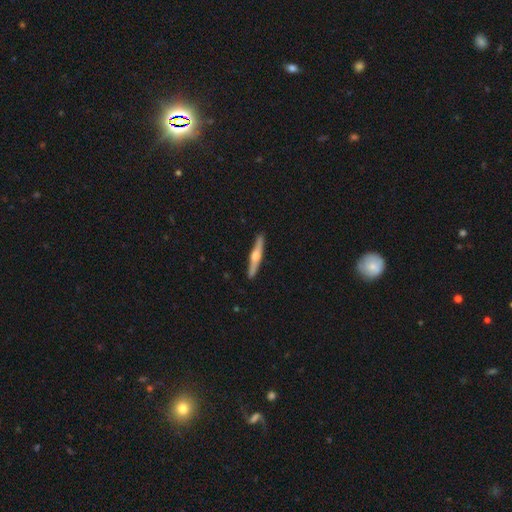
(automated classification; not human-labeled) This appears to be a featured or disk galaxy (68%) viewed edge-on (97%) with a rounded central bulge (92%). Merging: none (92%).